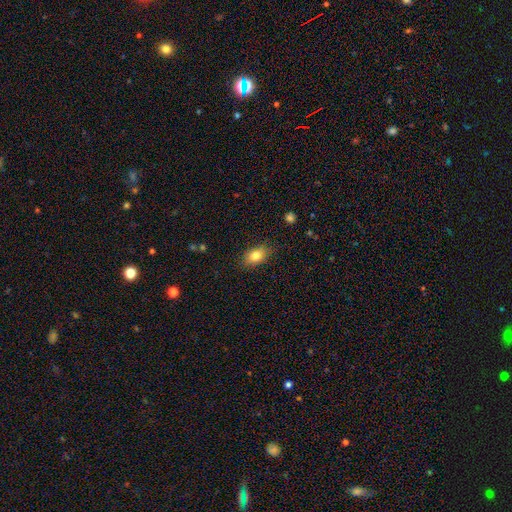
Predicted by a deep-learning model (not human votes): smooth_or_featured: smooth (p=0.81) [alt: featured or disk p=0.11]
how_rounded: in between (p=0.83) [alt: round p=0.14]
merging: none (p=0.83) [alt: minor disturbance p=0.13]